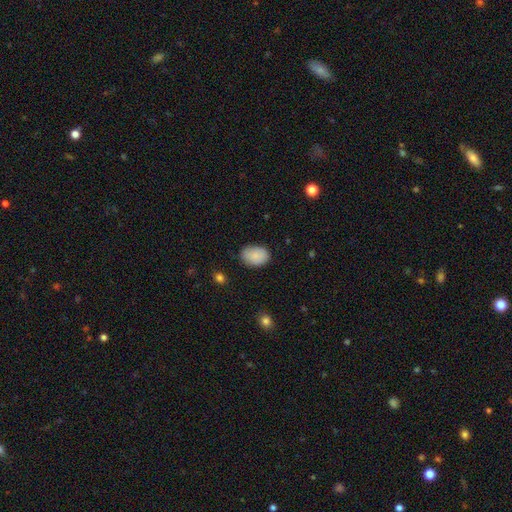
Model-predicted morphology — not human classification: This appears to be a smooth galaxy with no disk features (88%) that is in between round and cigar-shaped (79%). Merging: none (78%).